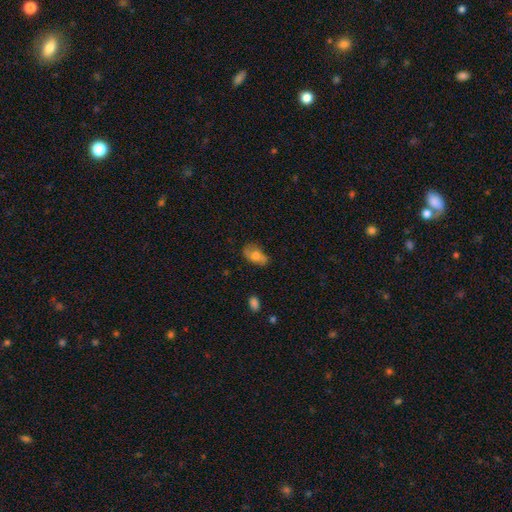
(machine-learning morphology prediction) A smooth galaxy with no disk features (63%) that is in between round and cigar-shaped (88%). Merging: none (64%).